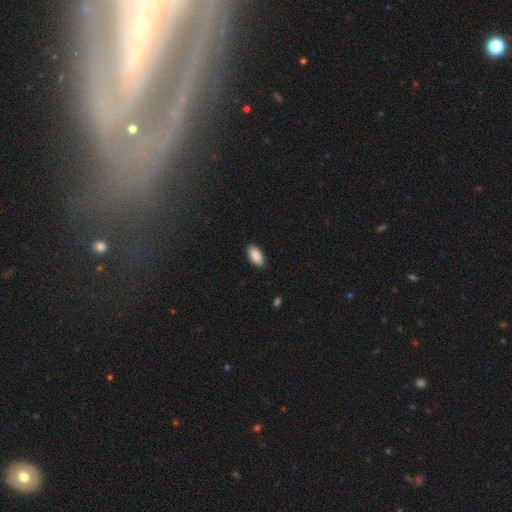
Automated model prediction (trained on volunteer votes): Overall: smooth (90%). How rounded: in between (94%). Merging: none (88%).